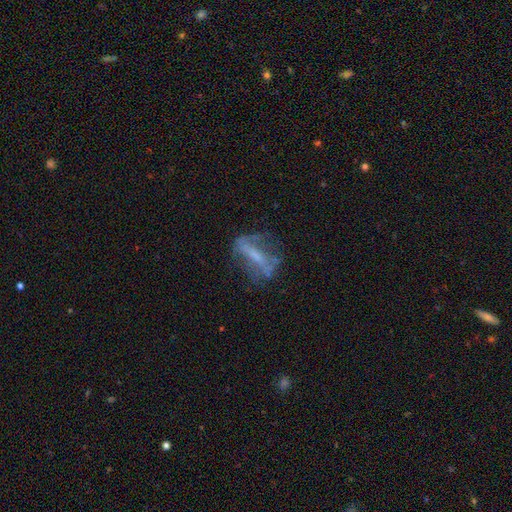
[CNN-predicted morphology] Q: Smooth or featured?
A: featured or disk (63%); runner-up: smooth (25%)
Q: Edge-on disk?
A: no (76%); runner-up: yes (24%)
Q: Merging?
A: none (52%); runner-up: major disturbance (23%)